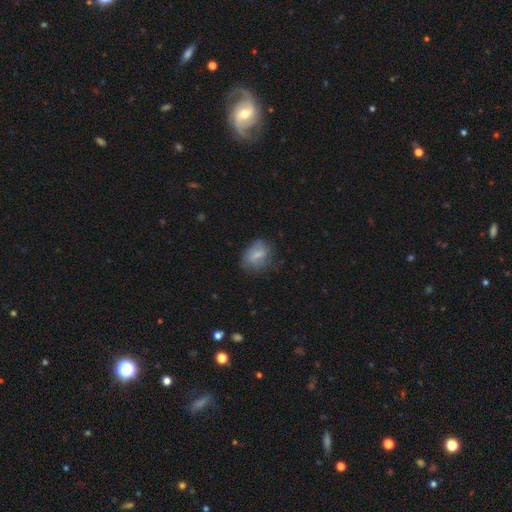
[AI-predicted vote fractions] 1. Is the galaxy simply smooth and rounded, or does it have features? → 68% smooth, 23% featured or disk, 9% star or artifact.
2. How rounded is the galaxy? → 71% in between, 27% round, 3% cigar-shaped.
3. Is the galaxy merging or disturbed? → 58% none, 27% minor disturbance, 12% major disturbance, 2% merger.